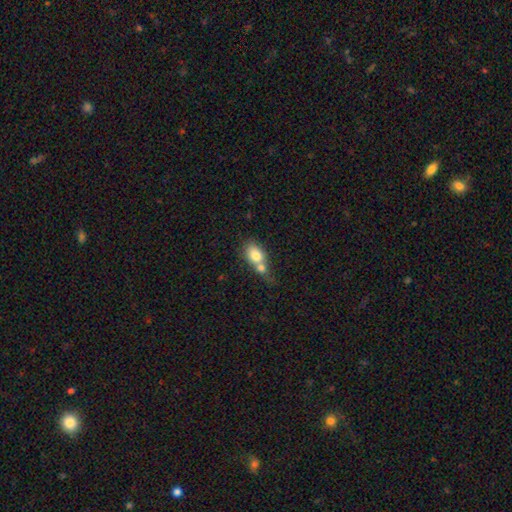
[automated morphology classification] smooth-or-featured: smooth: 74% | featured or disk: 18% | star or artifact: 8%
  how-rounded: in between: 72% | round: 23% | cigar-shaped: 4%
  merging: merger: 65% | none: 20% | minor disturbance: 9% | major disturbance: 6%